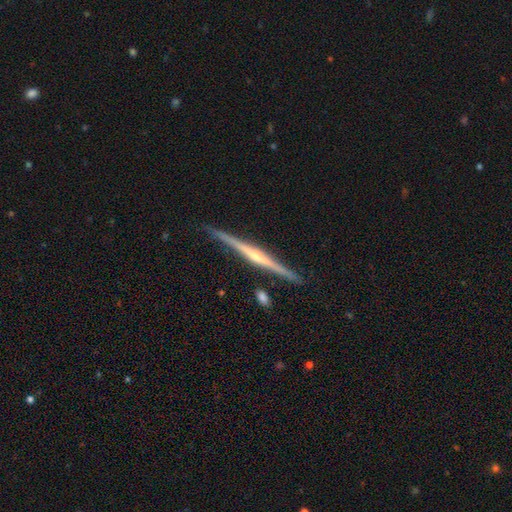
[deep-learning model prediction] The model was most divided on "edge-on bulge": rounded: 74%, none: 17%, boxy: 9%. More confident: edge-on disk — yes (99%); merging — none (90%); smooth or featured — featured or disk (84%).